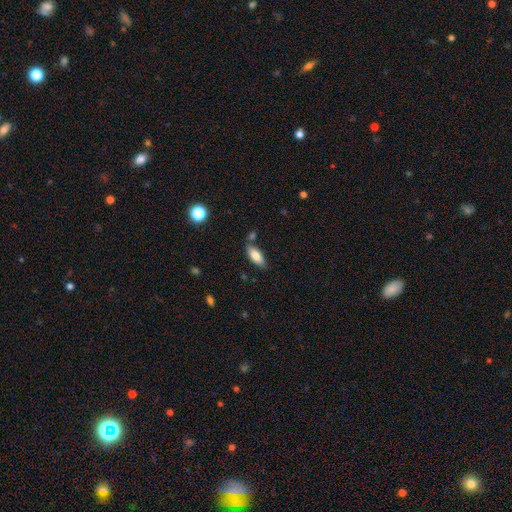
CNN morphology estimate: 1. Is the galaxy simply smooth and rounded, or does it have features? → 80% smooth, 13% featured or disk, 7% star or artifact.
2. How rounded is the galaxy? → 81% in between, 17% cigar-shaped, 2% round.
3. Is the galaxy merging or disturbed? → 76% none, 14% minor disturbance, 7% merger, 3% major disturbance.